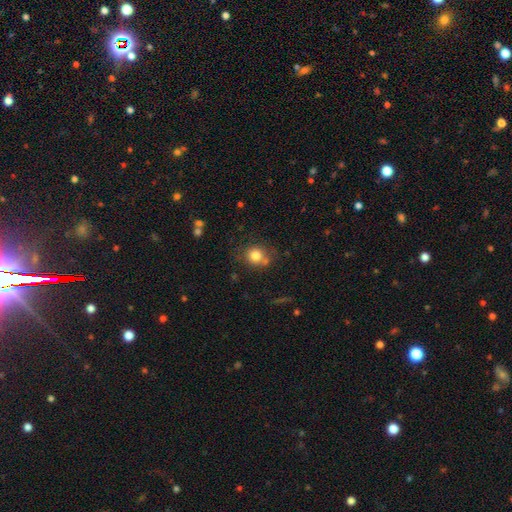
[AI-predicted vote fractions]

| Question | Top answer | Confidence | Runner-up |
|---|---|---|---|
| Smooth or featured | smooth | 81% | star or artifact (11%) |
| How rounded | round | 83% | in between (16%) |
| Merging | none | 67% | minor disturbance (15%) |